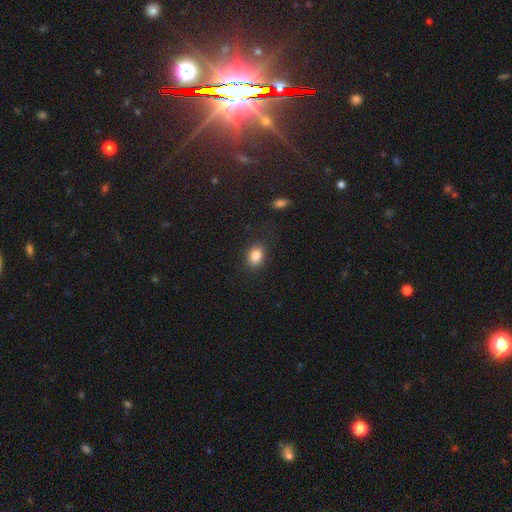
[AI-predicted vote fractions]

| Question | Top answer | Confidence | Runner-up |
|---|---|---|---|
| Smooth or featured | smooth | 84% | star or artifact (10%) |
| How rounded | in between | 63% | round (36%) |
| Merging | none | 83% | minor disturbance (12%) |